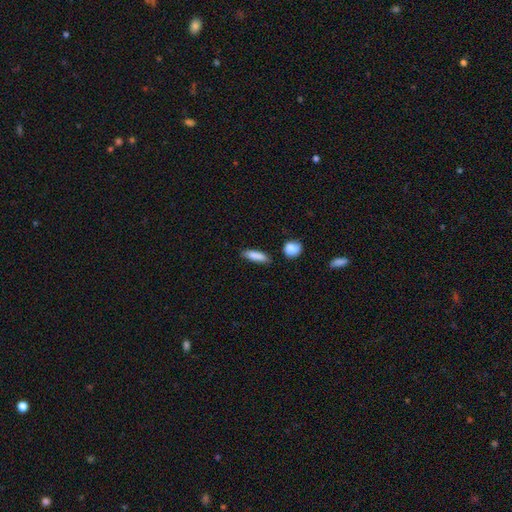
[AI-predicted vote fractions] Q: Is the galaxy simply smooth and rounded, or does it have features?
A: smooth — 86%.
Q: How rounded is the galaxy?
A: cigar-shaped — 59%.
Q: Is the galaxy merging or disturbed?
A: none — 79%.